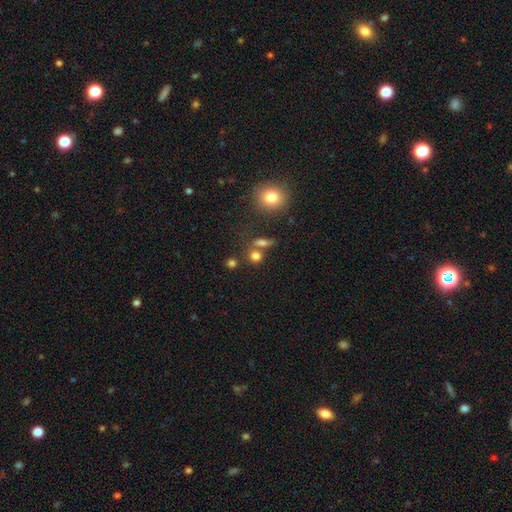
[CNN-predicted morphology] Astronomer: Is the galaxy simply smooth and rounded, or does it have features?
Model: smooth — 77%.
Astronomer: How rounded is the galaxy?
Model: round — 70%.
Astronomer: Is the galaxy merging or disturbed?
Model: none — 57%.